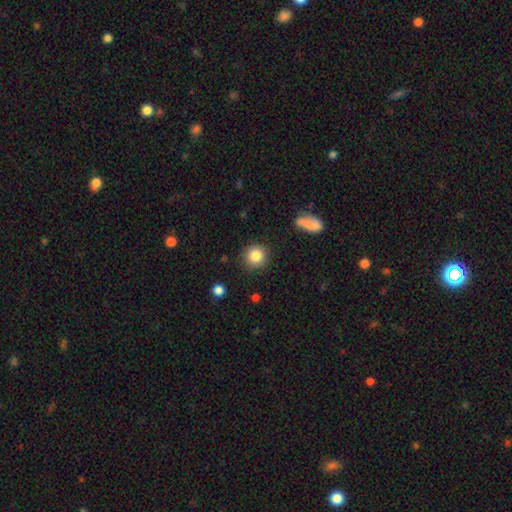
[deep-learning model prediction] Q: Smooth or featured?
A: smooth (85%); runner-up: star or artifact (9%)
Q: How rounded?
A: round (92%); runner-up: in between (7%)
Q: Merging?
A: none (89%); runner-up: minor disturbance (7%)